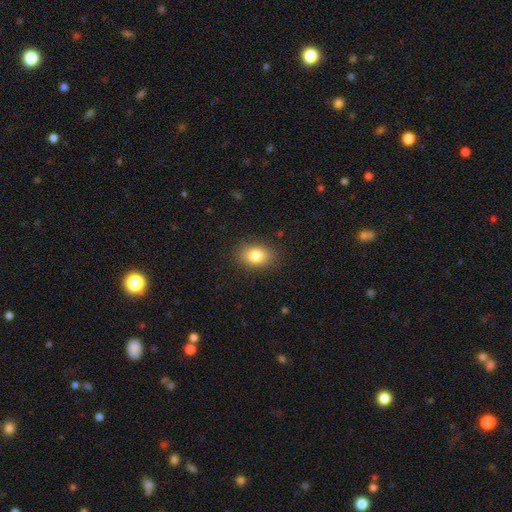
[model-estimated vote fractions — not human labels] Morphology: type=smooth (82%); roundness=in between (76%); merging=none (86%).